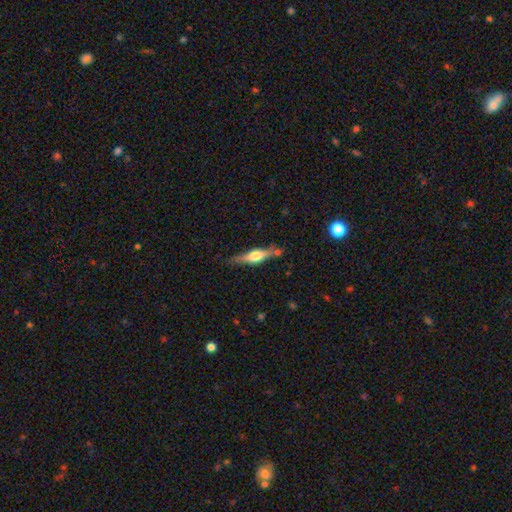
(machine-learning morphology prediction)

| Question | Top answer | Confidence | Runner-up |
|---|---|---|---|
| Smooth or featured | featured or disk | 68% | smooth (26%) |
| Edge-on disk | yes | 96% | no (4%) |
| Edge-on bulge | rounded | 90% | boxy (7%) |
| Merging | none | 77% | minor disturbance (15%) |